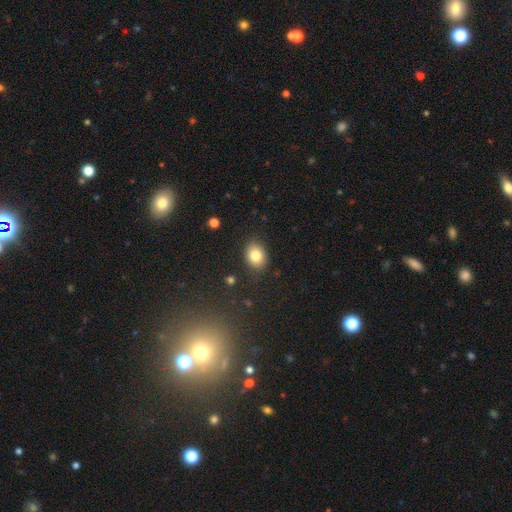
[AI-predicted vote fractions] The model was most divided on "how rounded": in between: 58%, round: 41%, cigar-shaped: 1%. More confident: merging — none (85%); smooth or featured — smooth (82%).